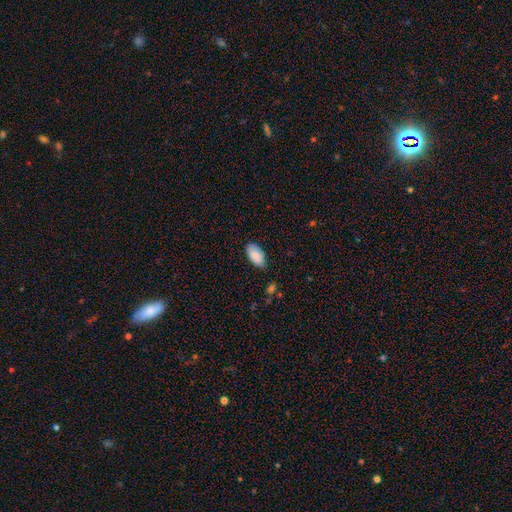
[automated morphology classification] smooth-or-featured: smooth: 86% | featured or disk: 8% | star or artifact: 7%
  how-rounded: in between: 95% | round: 3% | cigar-shaped: 2%
  merging: none: 75% | minor disturbance: 20% | major disturbance: 3% | merger: 2%